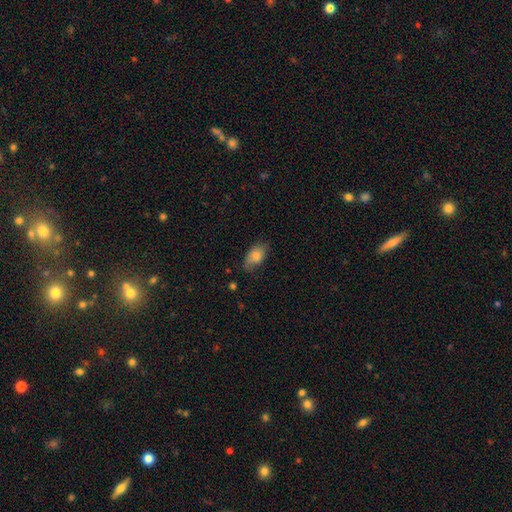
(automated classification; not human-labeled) Smooth or featured?
  - smooth: 79% *
  - featured or disk: 13%
  - star or artifact: 8%
How rounded?
  - in between: 91% *
  - round: 6%
  - cigar-shaped: 3%
Merging?
  - none: 67% *
  - minor disturbance: 26%
  - major disturbance: 6%
  - merger: 2%